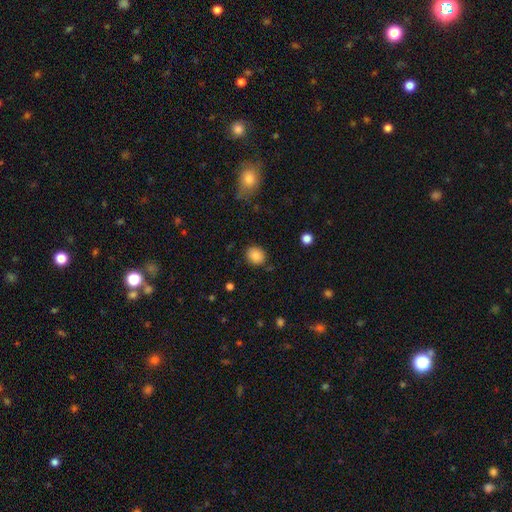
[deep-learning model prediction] Q: Smooth or featured?
A: smooth (85%); runner-up: star or artifact (9%)
Q: How rounded?
A: round (69%); runner-up: in between (31%)
Q: Merging?
A: none (85%); runner-up: minor disturbance (11%)